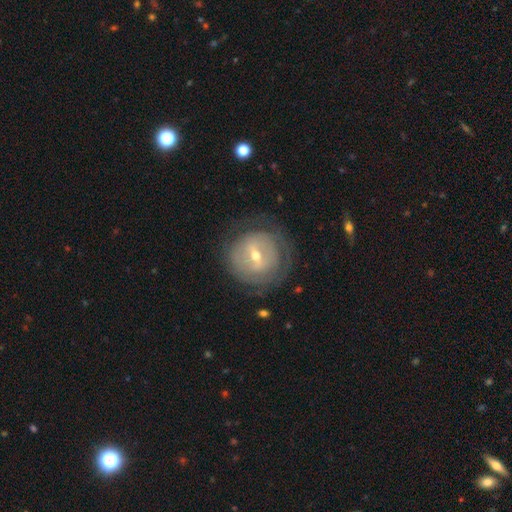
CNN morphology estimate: Smooth or featured: featured or disk — 70% (smooth — 23%)
Edge-on disk: no — 95% (yes — 5%)
Bar: weak — 49% (strong — 30%)
Spiral arms: yes — 59% (no — 41%)
Bulge size: small — 52% (moderate — 45%)
Merging: none — 72% (minor disturbance — 16%)